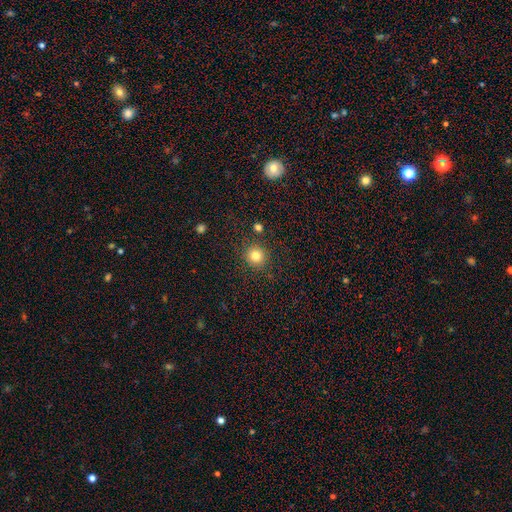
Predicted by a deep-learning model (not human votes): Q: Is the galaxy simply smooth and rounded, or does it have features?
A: smooth — 81%.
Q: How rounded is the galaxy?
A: round — 91%.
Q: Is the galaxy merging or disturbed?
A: none — 89%.